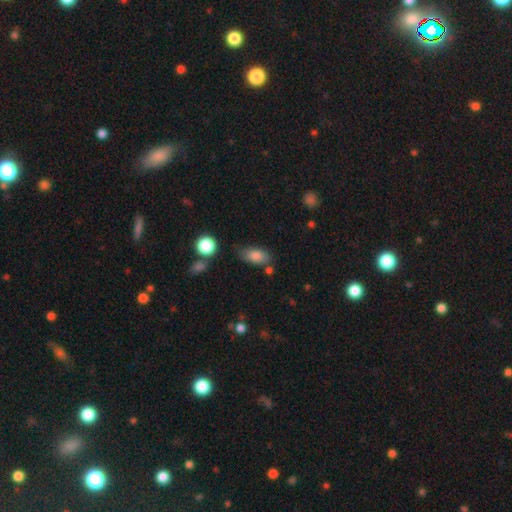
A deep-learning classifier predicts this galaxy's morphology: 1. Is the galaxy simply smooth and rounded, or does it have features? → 82% smooth, 10% featured or disk, 8% star or artifact.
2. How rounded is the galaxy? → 88% in between, 7% round, 5% cigar-shaped.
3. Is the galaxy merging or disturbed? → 70% none, 18% minor disturbance, 7% merger, 5% major disturbance.